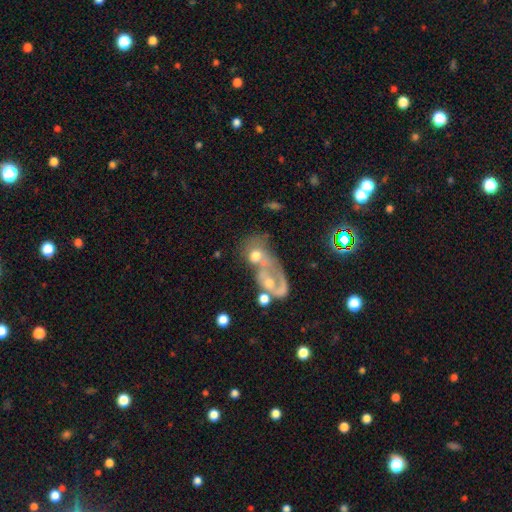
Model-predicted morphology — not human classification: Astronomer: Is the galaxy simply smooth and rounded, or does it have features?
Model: featured or disk — 45% (runner-up: smooth, 43%).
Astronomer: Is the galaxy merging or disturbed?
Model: merger — 63%.